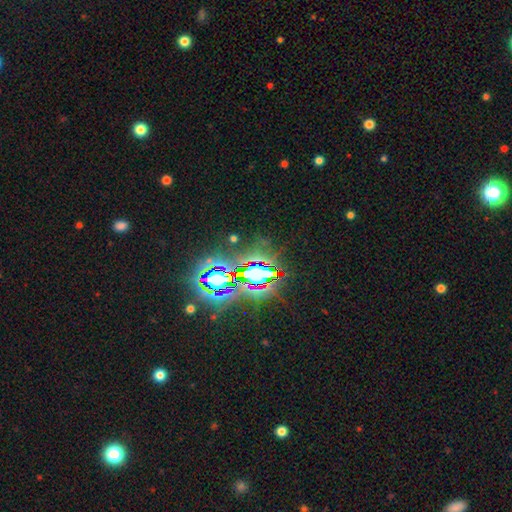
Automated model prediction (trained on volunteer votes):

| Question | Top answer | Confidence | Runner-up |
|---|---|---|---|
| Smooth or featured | star or artifact | 83% | featured or disk (9%) |